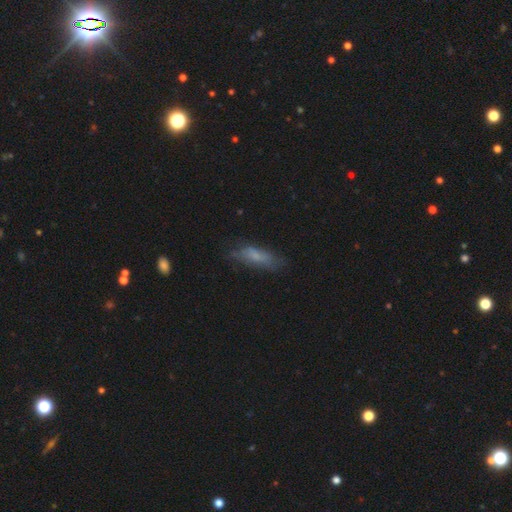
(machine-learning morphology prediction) Overall: smooth (65%). How rounded: in between (51%; cigar-shaped 47%). Merging: none (63%; minor disturbance 25%).